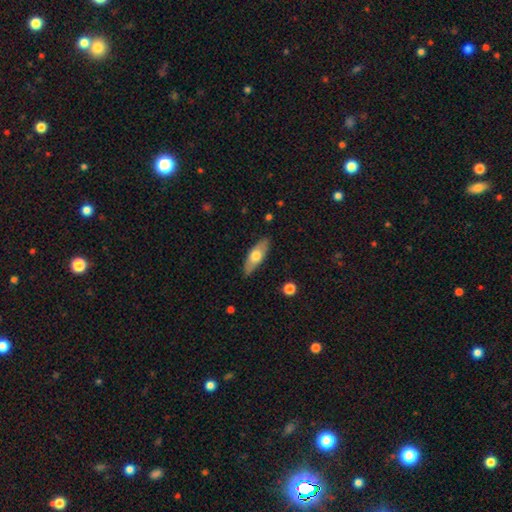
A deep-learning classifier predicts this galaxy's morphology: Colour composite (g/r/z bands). It shows a smooth galaxy with no disk features (59%) that is in between round and cigar-shaped (66%). Merging: none (85%).